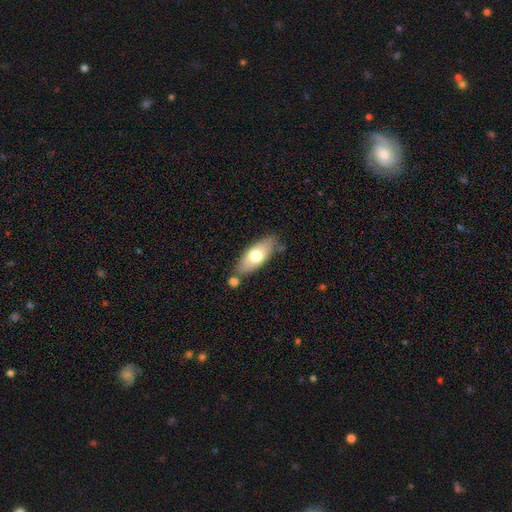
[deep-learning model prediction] Morphology: type=smooth (66%); roundness=in between (77%); merging=none (69%).